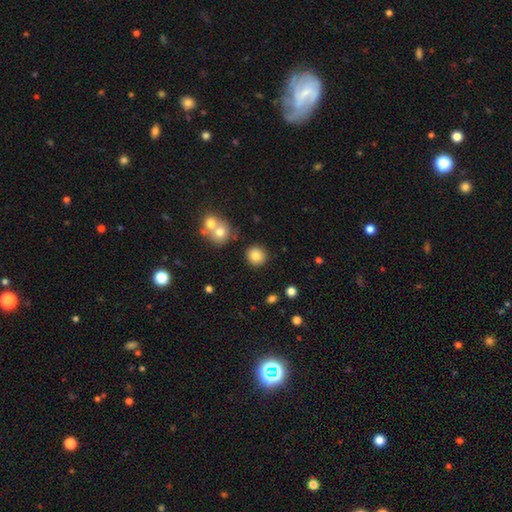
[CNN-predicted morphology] type=smooth (82%); roundness=round (92%); merging=none (87%).